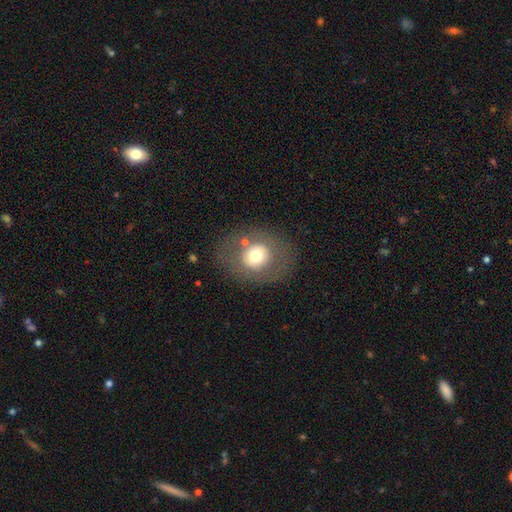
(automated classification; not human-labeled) smooth-or-featured: smooth: 59% | featured or disk: 31% | star or artifact: 10%
  how-rounded: round: 64% | in between: 35% | cigar-shaped: 1%
  merging: none: 79% | minor disturbance: 11% | major disturbance: 8% | merger: 3%